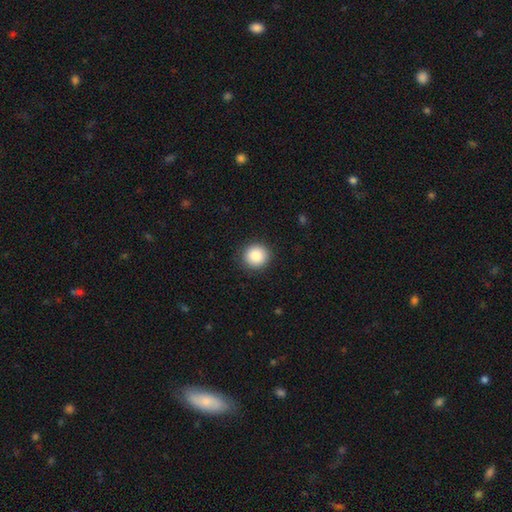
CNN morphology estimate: smooth_or_featured: smooth (p=0.87) [alt: star or artifact p=0.08]
how_rounded: round (p=0.93) [alt: in between p=0.06]
merging: none (p=0.91) [alt: minor disturbance p=0.06]